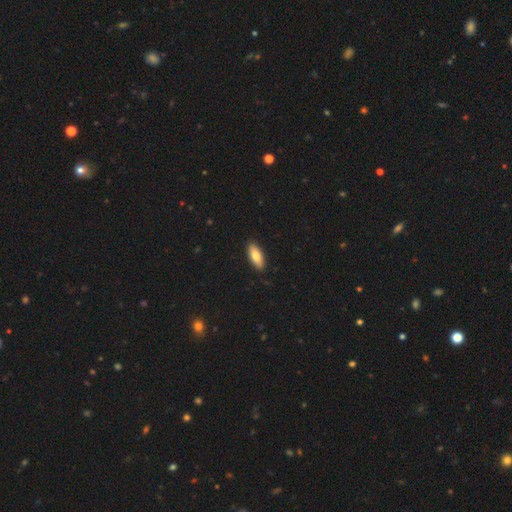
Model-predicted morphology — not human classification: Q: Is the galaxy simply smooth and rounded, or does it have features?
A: smooth — 81%.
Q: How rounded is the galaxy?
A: in between — 77%.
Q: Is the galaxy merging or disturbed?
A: none — 90%.